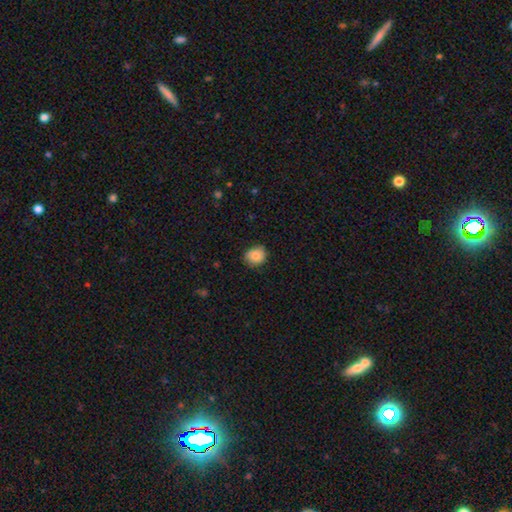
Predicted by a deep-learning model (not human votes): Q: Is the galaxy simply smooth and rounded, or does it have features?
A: smooth — 83%.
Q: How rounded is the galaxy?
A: round — 73%.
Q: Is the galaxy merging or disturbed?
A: none — 79%.